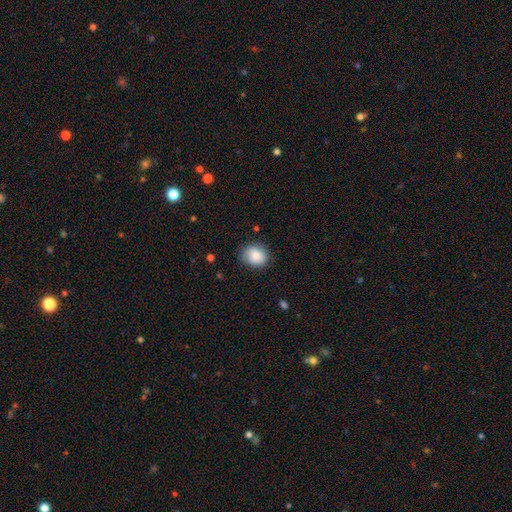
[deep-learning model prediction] A smooth galaxy with no disk features (84%) that is round (64%). Merging: none (77%).